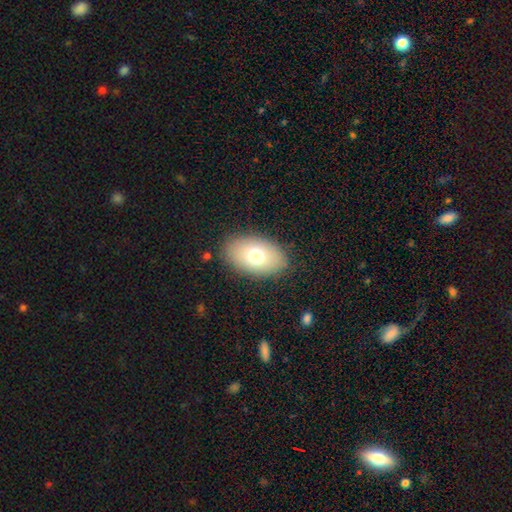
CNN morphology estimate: This appears to be a smooth galaxy with no disk features (72%) that is in between round and cigar-shaped (92%). Merging: none (87%).